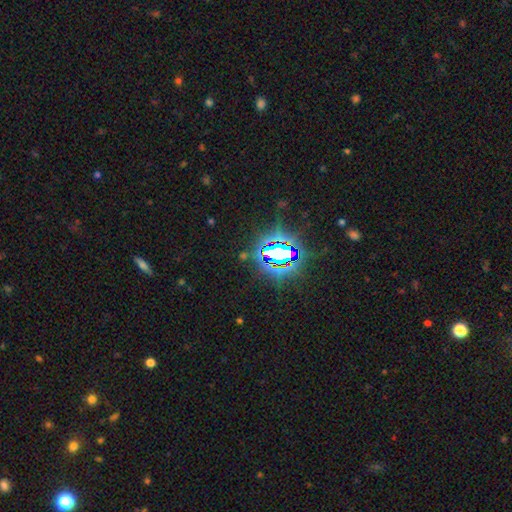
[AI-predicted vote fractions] This is clearly a star or artifact rather than a galaxy (83%).